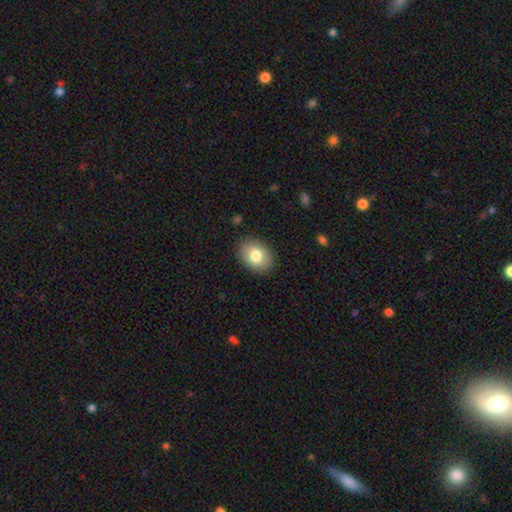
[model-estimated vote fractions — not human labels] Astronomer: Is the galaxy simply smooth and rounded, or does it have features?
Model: smooth — 81%.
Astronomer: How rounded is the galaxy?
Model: in between — 72%.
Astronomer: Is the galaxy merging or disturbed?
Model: none — 88%.